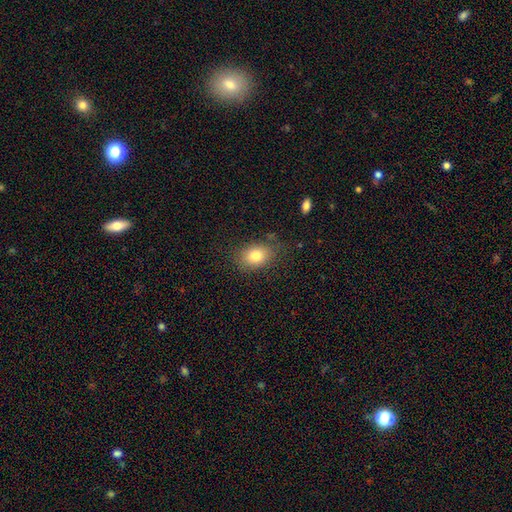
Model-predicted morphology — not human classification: Overall: smooth (79%). How rounded: in between (74%). Merging: none (78%).